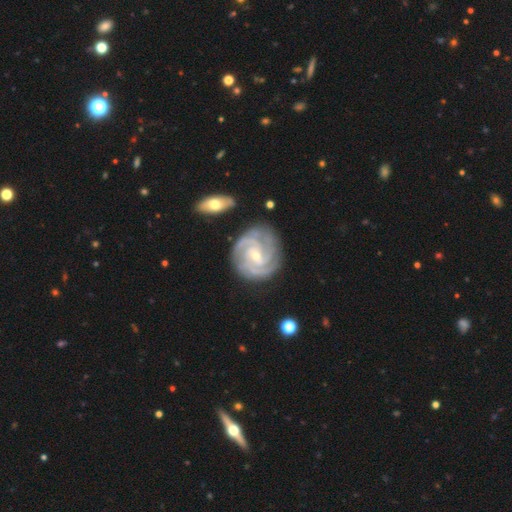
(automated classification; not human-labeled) smooth-or-featured: featured or disk: 89% | smooth: 5% | star or artifact: 5%
  disk-edge-on: no: 97% | yes: 3%
    bar: weak: 43% | no: 41% | strong: 16%
    has-spiral-arms: yes: 98% | no: 2%
      spiral-winding: tight: 66% | medium: 29% | loose: 5%
      spiral-arm-count: 3: 36% | 2: 21% | 4: 18% | can't tell: 15% | more than 4: 5% | 1: 5%
    bulge-size: small: 65% | moderate: 32% | none: 1% | large: 1% | dominant: 1%
  merging: none: 76% | minor disturbance: 16% | major disturbance: 5% | merger: 3%